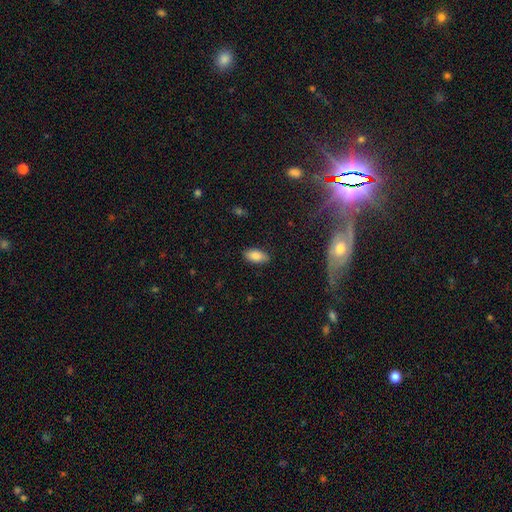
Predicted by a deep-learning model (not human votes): The model was most divided on "merging": none: 86%, minor disturbance: 10%, major disturbance: 2%, merger: 1%. More confident: how rounded — in between (92%); smooth or featured — smooth (85%).